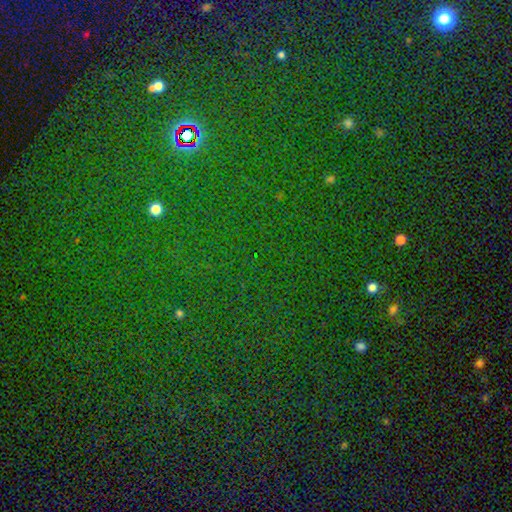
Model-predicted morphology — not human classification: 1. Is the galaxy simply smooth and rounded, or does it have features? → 82% star or artifact, 11% smooth, 7% featured or disk.